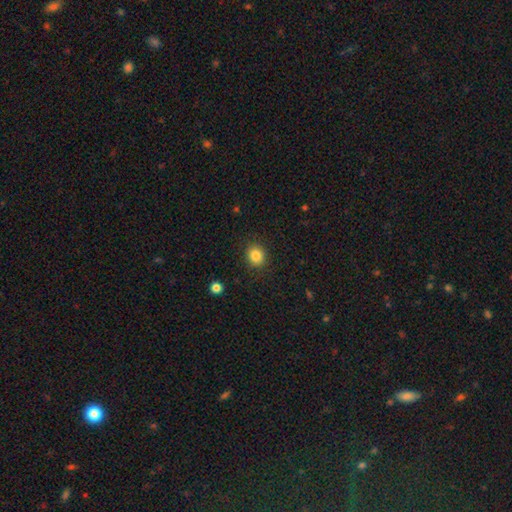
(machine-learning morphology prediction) The model was most divided on "how rounded": round: 82%, in between: 17%, cigar-shaped: 1%. More confident: merging — none (90%); smooth or featured — smooth (84%).